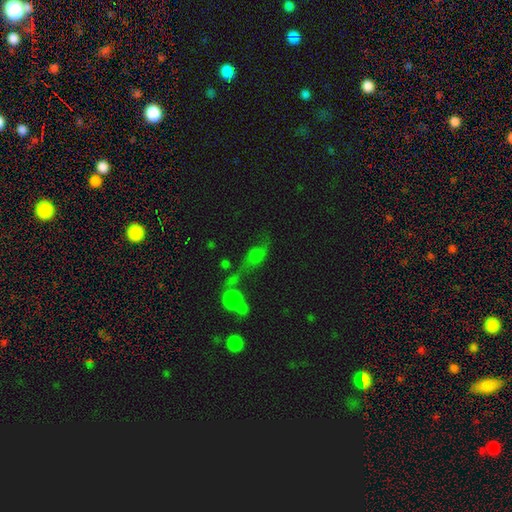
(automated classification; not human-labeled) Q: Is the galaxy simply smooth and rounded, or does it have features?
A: smooth — 51%.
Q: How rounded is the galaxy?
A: in between — 61%.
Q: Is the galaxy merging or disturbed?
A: none — 31%.